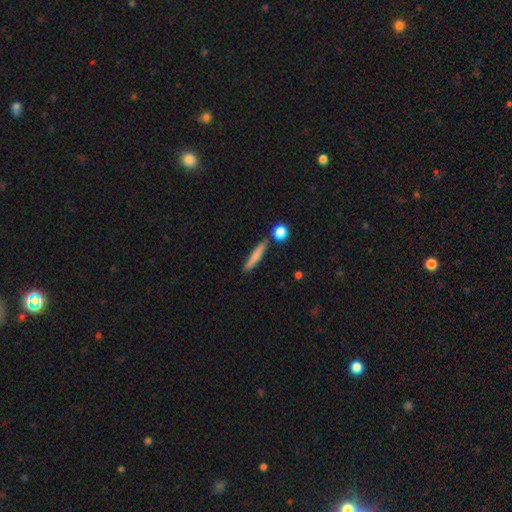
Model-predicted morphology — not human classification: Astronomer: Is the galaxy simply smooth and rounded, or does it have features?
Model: smooth — 73%.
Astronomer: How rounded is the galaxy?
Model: cigar-shaped — 89%.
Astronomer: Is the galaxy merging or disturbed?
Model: none — 81%.